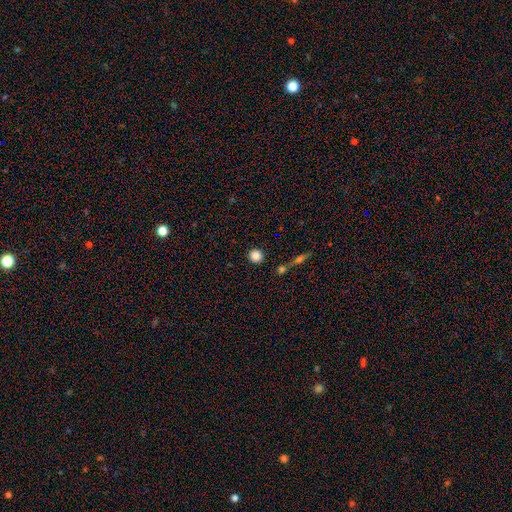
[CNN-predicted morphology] Smooth or featured?
  - smooth: 85% *
  - star or artifact: 10%
  - featured or disk: 6%
How rounded?
  - round: 93% *
  - in between: 6%
  - cigar-shaped: 1%
Merging?
  - none: 87% *
  - minor disturbance: 6%
  - merger: 5%
  - major disturbance: 2%